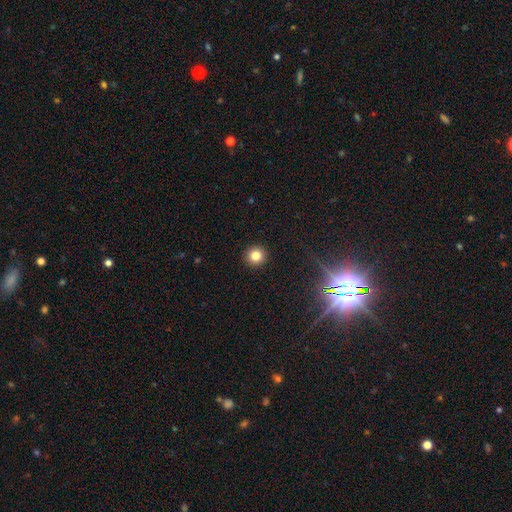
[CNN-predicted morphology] type=smooth (82%); roundness=round (94%); merging=none (93%).